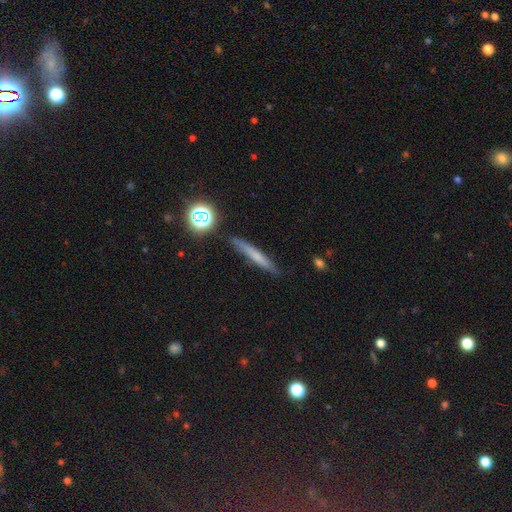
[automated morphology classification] This is possibly a smooth galaxy (56%). How rounded: clearly cigar-shaped (92%). Merging: clearly none (85%).